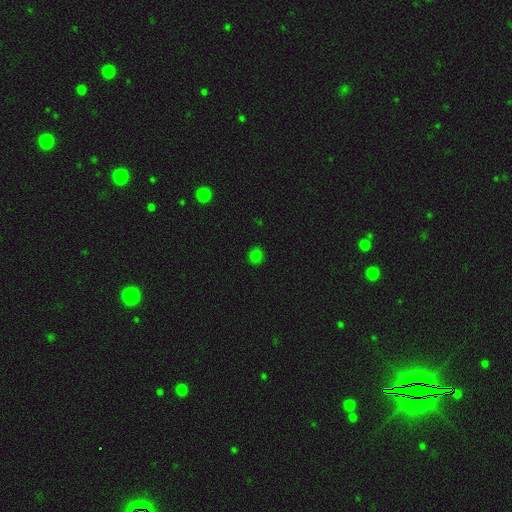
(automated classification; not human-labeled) Morphology: type=smooth (79%); roundness=round (82%); merging=none (89%).